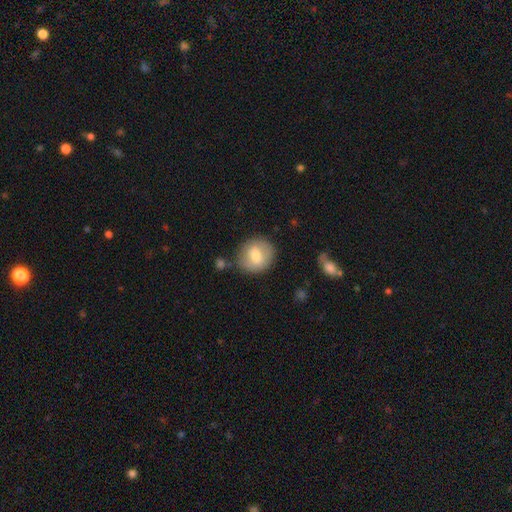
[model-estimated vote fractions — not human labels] Morphology: type=smooth (70%); roundness=round (81%); merging=none (74%).